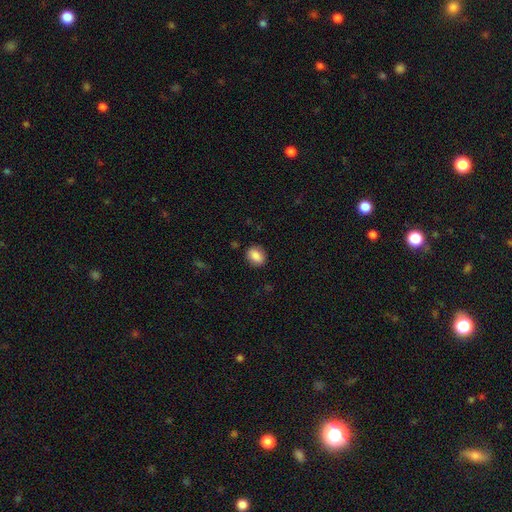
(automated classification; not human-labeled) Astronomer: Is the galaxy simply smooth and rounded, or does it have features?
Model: smooth — 85%.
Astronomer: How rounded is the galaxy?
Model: in between — 54% (runner-up: round, 44%).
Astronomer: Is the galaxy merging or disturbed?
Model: none — 87%.